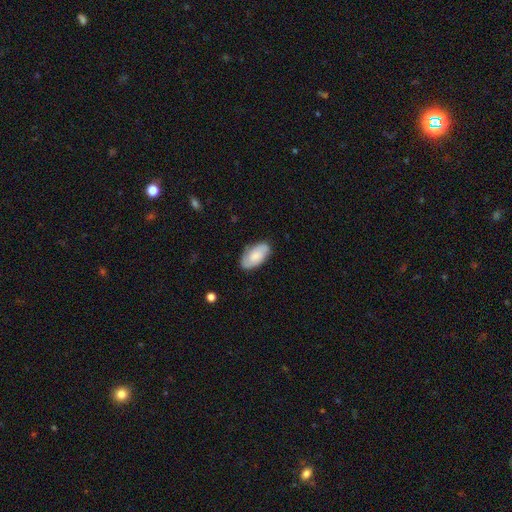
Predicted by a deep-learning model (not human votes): The model was most divided on "smooth or featured": smooth: 54%, featured or disk: 39%, star or artifact: 7%. More confident: how rounded — in between (94%); merging — none (81%).